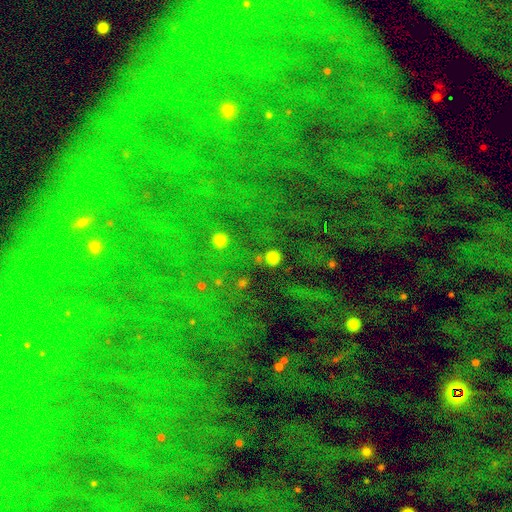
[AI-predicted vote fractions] A star or artifact, not a galaxy (83%).

Vote fractions:
- Smooth or featured? star or artifact: 83% / smooth: 9% / featured or disk: 8%